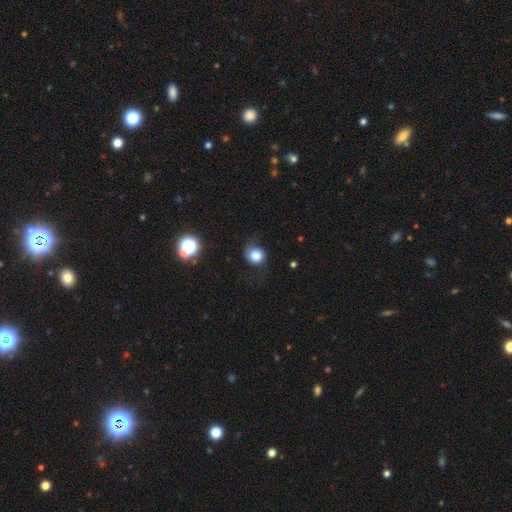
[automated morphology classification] Smooth or featured: smooth — 74% (featured or disk — 15%)
How rounded: round — 78% (in between — 21%)
Merging: none — 60% (minor disturbance — 25%)